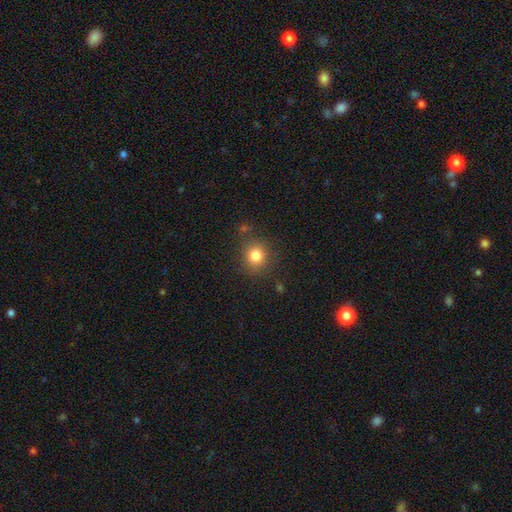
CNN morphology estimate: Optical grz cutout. It shows a smooth galaxy with no disk features (82%) that is round (84%). Merging: none (82%).